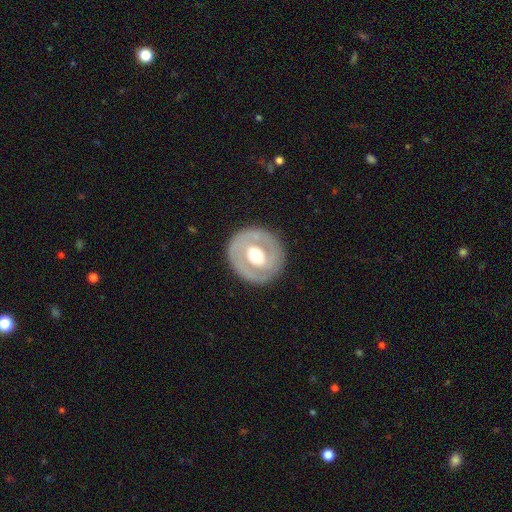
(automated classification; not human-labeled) This is likely a featured or disk galaxy (66%). It is clearly not viewed edge-on (96%). Bar: possibly no (56%). Spiral arm pattern: likely no (63%). Central bulge: likely moderate (66%). Merging: clearly none (85%).